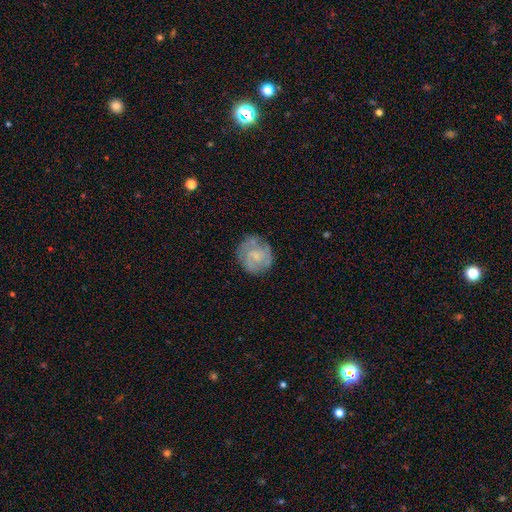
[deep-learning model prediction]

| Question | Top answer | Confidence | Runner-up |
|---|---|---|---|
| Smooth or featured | featured or disk | 60% | smooth (33%) |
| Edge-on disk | no | 98% | yes (2%) |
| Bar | no | 65% | weak (30%) |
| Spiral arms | yes | 78% | no (22%) |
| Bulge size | small | 38% | none (33%) |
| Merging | none | 72% | minor disturbance (18%) |